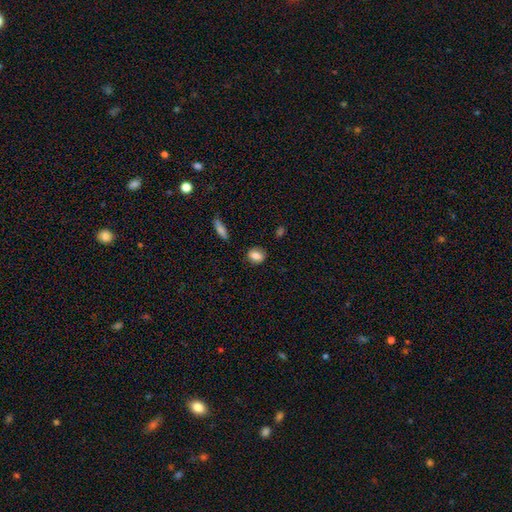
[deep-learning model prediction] Smooth or featured?
  - smooth: 82% *
  - featured or disk: 9%
  - star or artifact: 9%
How rounded?
  - in between: 61% *
  - round: 36%
  - cigar-shaped: 3%
Merging?
  - none: 84% *
  - minor disturbance: 12%
  - major disturbance: 3%
  - merger: 2%